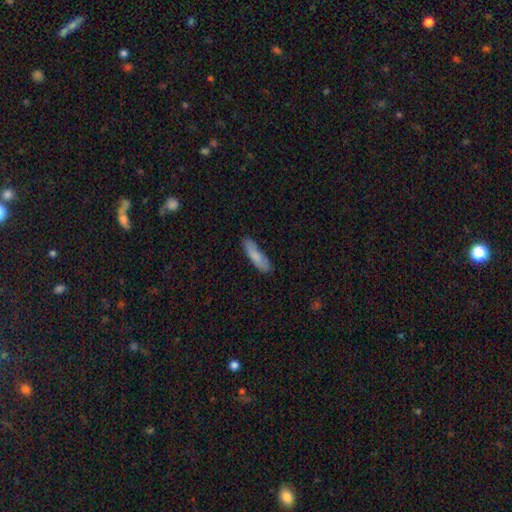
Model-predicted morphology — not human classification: smooth-or-featured: smooth: 81% | featured or disk: 13% | star or artifact: 6%
  how-rounded: cigar-shaped: 64% | in between: 34% | round: 2%
  merging: none: 80% | minor disturbance: 16% | major disturbance: 3% | merger: 2%